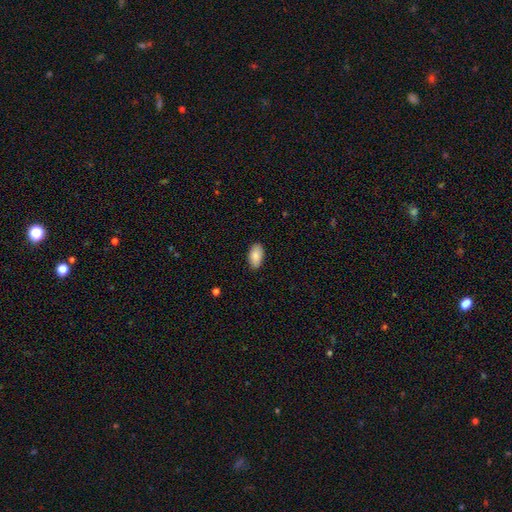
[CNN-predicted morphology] The model was most divided on "merging": none: 88%, minor disturbance: 9%, major disturbance: 2%, merger: 1%. More confident: how rounded — in between (94%); smooth or featured — smooth (87%).